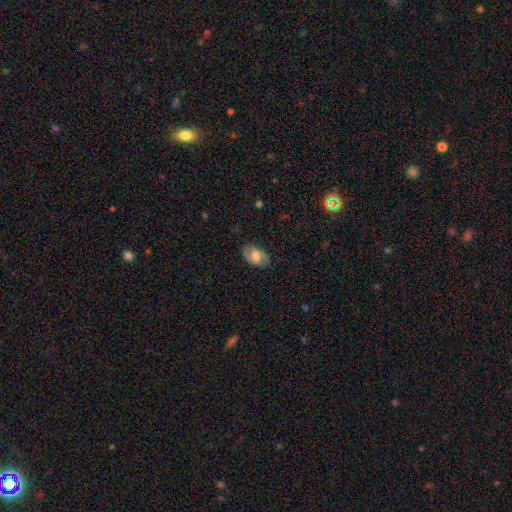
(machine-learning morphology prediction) Q: Smooth or featured?
A: featured or disk (47%); runner-up: smooth (46%)
Q: Merging?
A: none (78%); runner-up: minor disturbance (16%)